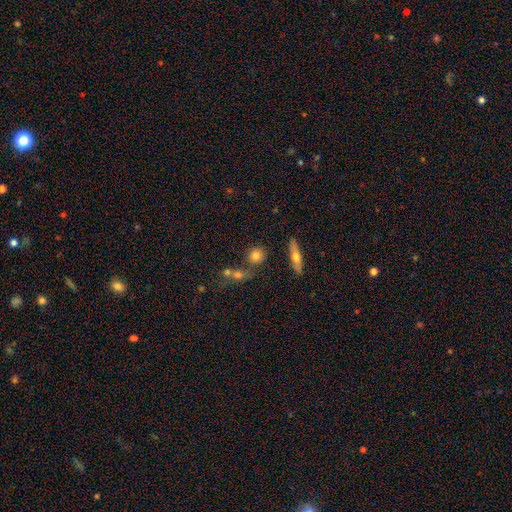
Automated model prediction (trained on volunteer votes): smooth 75%, featured or disk 14%, star or artifact 11%. Down the decision tree: how rounded — round (78%); merging — none (68%).